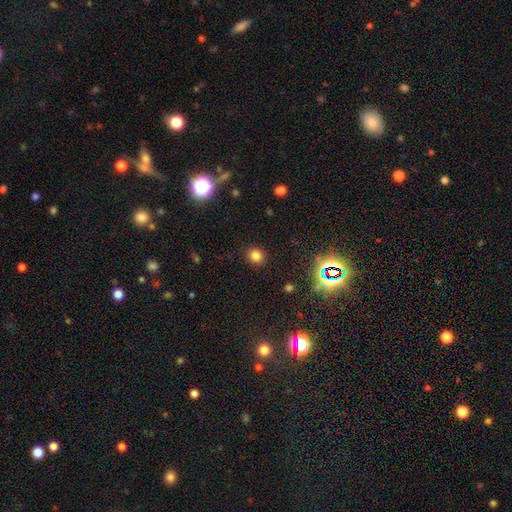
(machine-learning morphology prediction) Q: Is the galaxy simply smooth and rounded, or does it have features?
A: smooth — 79%.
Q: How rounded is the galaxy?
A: round — 78%.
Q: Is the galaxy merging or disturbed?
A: none — 89%.